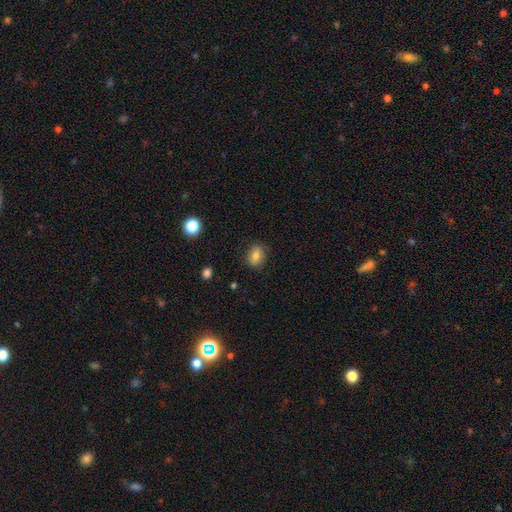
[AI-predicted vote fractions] A smooth galaxy with no disk features (80%) that is in between round and cigar-shaped (61%). Merging: none (81%).